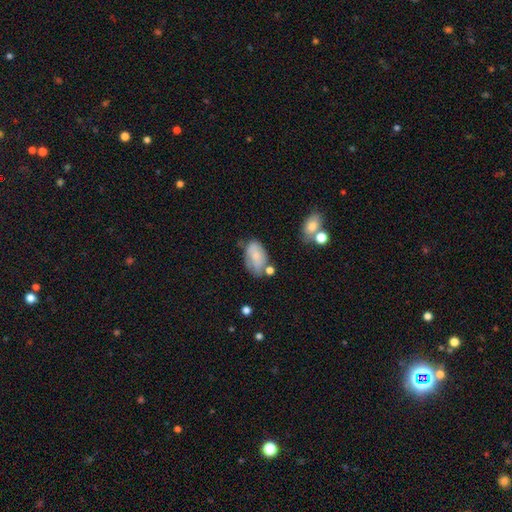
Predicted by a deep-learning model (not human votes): smooth-or-featured: smooth: 67% | featured or disk: 25% | star or artifact: 8%
  how-rounded: in between: 92% | round: 6% | cigar-shaped: 2%
  merging: none: 43% | minor disturbance: 31% | major disturbance: 14% | merger: 12%